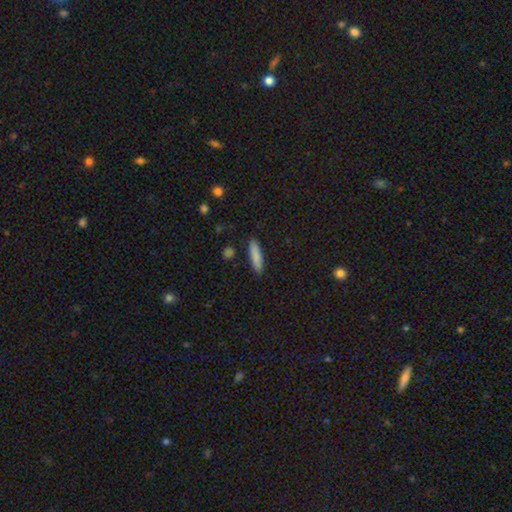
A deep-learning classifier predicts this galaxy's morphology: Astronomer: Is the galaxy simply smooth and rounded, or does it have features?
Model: smooth — 85%.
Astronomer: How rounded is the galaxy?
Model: cigar-shaped — 79%.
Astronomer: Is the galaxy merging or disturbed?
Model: none — 88%.